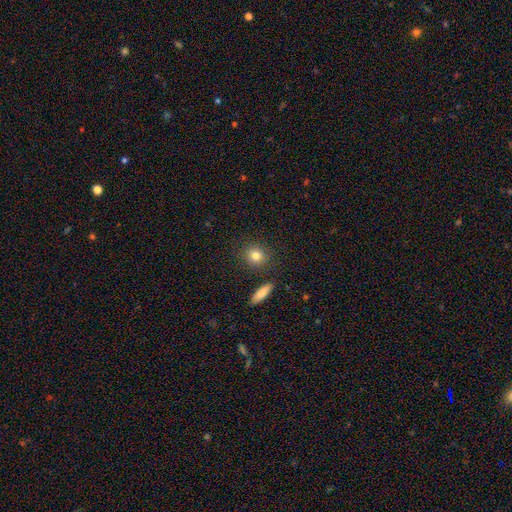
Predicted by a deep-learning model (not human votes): smooth 83%, star or artifact 9%, featured or disk 8%. Down the decision tree: how rounded — round (83%); merging — none (86%).